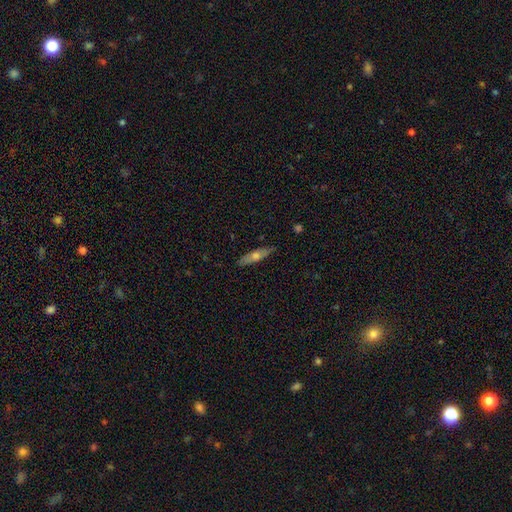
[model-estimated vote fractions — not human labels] smooth-or-featured: smooth: 51% | featured or disk: 42% | star or artifact: 6%
  how-rounded: cigar-shaped: 74% | in between: 24% | round: 2%
  merging: none: 87% | minor disturbance: 10% | major disturbance: 2% | merger: 1%